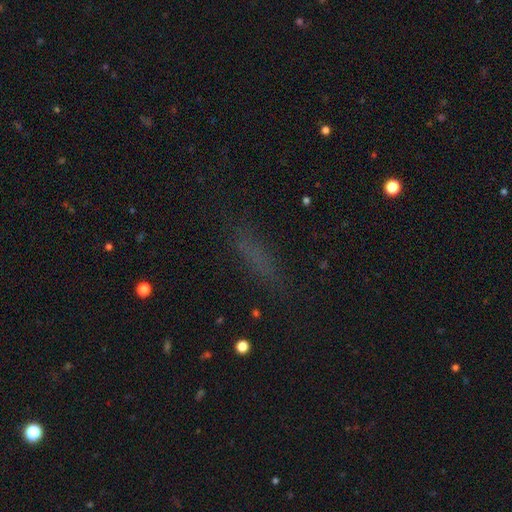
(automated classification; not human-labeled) Morphology: type=smooth (60%); roundness=cigar-shaped (74%); merging=none (78%).